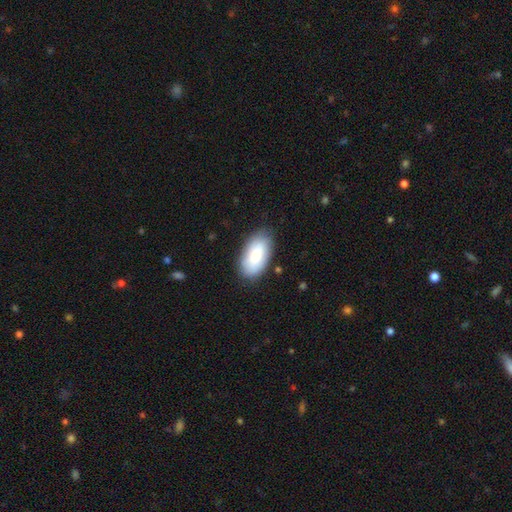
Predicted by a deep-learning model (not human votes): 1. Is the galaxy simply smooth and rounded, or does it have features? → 84% smooth, 10% featured or disk, 6% star or artifact.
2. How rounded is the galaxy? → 95% in between, 3% round, 2% cigar-shaped.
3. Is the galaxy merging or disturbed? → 80% none, 15% minor disturbance, 3% major disturbance, 1% merger.